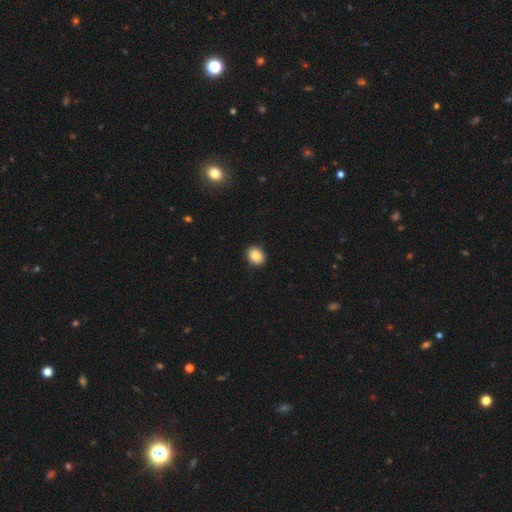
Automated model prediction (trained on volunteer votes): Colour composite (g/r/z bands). It shows a smooth galaxy with no disk features (86%) that is in between round and cigar-shaped (54%). Merging: none (91%).